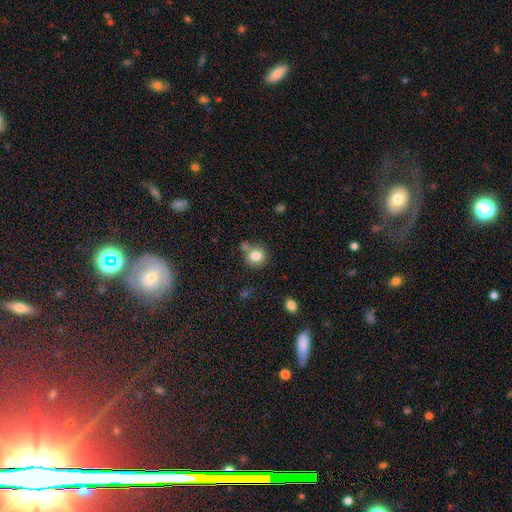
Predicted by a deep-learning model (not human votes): Smooth or featured? smooth (82%)
How rounded? round (83%)
Merging? none (64%)